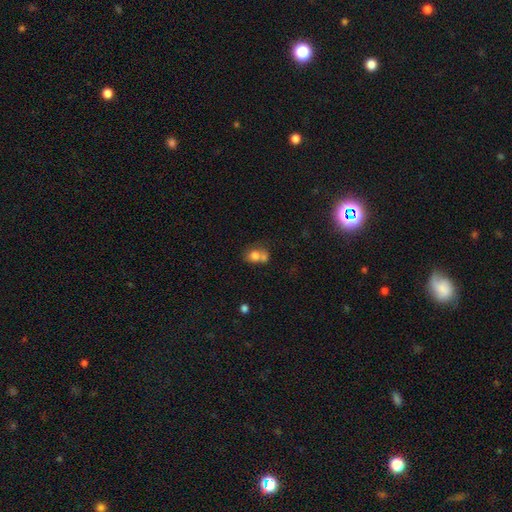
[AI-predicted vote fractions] The model was most divided on "how rounded": round: 54%, in between: 44%, cigar-shaped: 1%. More confident: smooth or featured — smooth (74%); merging — merger (55%).